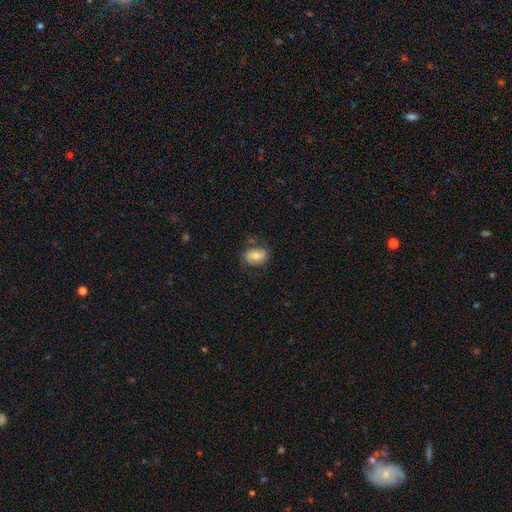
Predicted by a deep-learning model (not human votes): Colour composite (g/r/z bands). It shows a smooth galaxy with no disk features (58%) that is in between round and cigar-shaped (69%). Merging: none (69%).